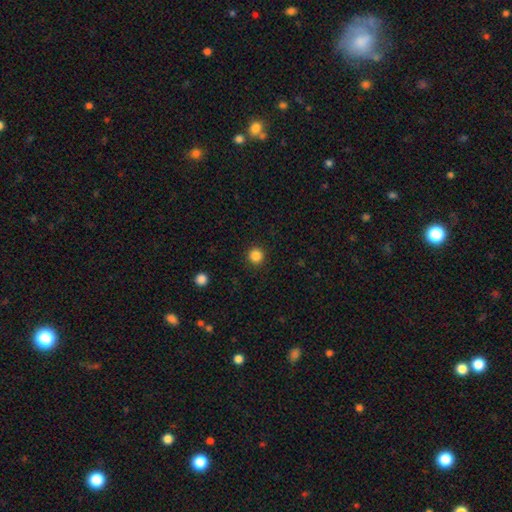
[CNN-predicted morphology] smooth 85%, star or artifact 12%, featured or disk 3%. Down the decision tree: how rounded — round (95%); merging — none (92%).